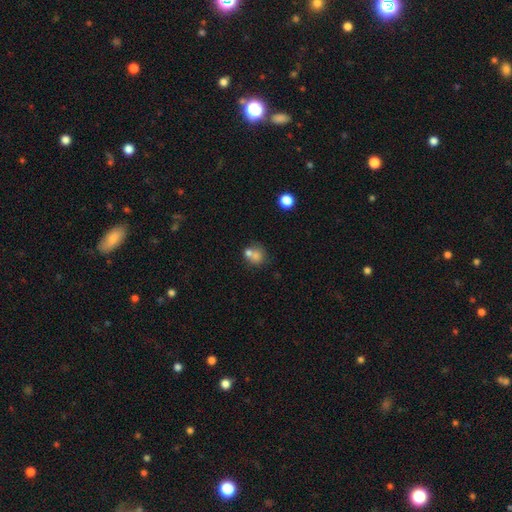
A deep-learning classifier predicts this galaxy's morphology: This appears to be a smooth galaxy with no disk features (73%) that is round (77%). Merging: merger (46%).